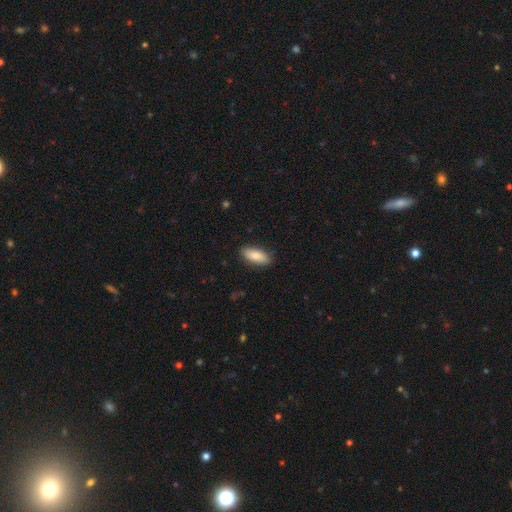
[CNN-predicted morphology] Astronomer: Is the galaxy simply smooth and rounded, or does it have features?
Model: smooth — 84%.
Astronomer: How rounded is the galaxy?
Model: in between — 84%.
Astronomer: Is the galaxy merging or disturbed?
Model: none — 87%.